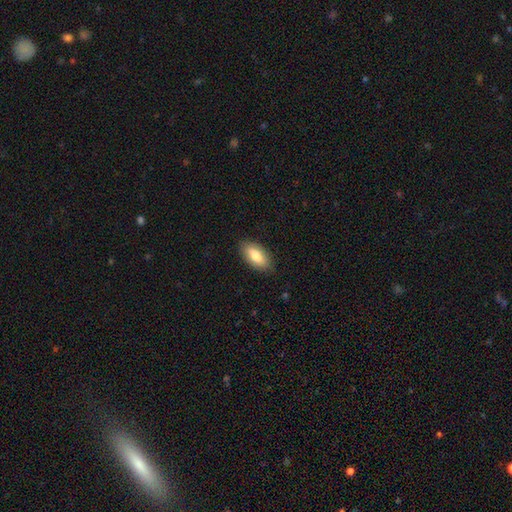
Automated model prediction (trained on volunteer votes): Morphology: type=smooth (79%); roundness=in between (90%); merging=none (86%).